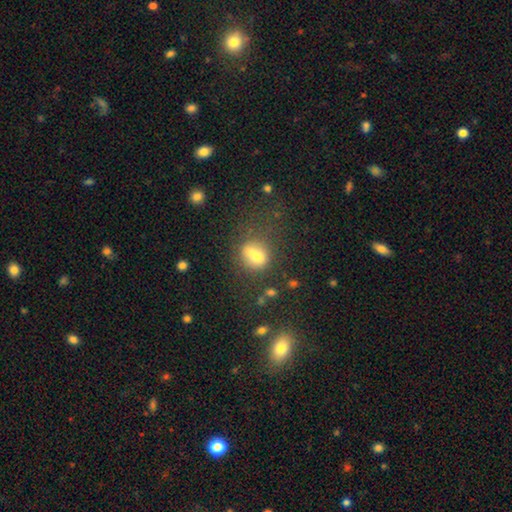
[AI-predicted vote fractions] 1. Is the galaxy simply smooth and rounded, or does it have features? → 65% smooth, 22% featured or disk, 13% star or artifact.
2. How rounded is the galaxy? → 71% round, 28% in between, 1% cigar-shaped.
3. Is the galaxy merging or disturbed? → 52% merger, 34% none, 9% minor disturbance, 5% major disturbance.